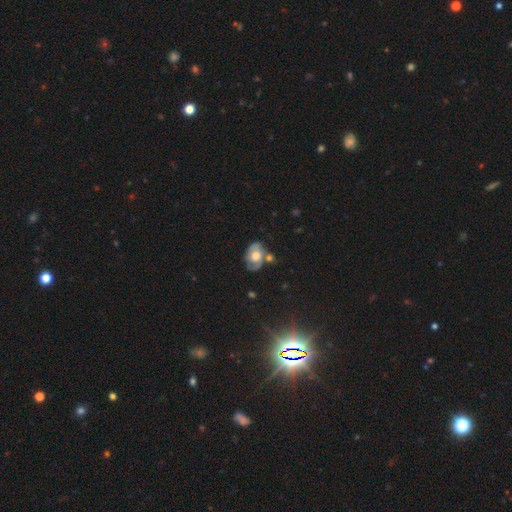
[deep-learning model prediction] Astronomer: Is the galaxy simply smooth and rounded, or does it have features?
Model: featured or disk — 57% (runner-up: smooth, 35%).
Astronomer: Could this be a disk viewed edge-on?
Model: no — 95%.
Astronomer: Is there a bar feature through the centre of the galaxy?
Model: no — 77%.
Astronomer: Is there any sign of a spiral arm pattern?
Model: yes — 69%.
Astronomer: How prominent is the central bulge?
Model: moderate — 60%.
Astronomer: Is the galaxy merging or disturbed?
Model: none — 54%.